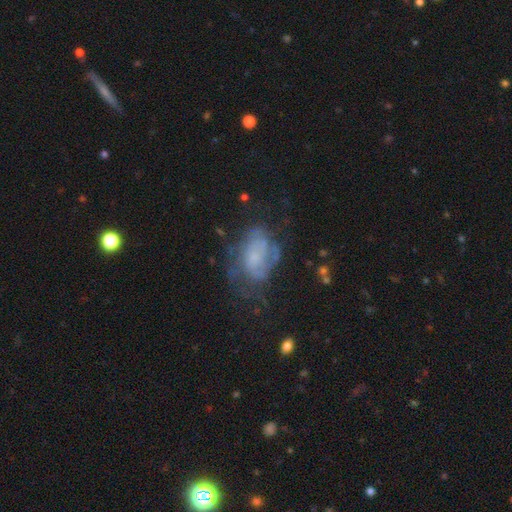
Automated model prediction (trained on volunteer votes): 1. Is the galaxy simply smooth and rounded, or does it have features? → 62% featured or disk, 27% smooth, 11% star or artifact.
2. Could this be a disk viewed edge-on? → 97% no, 3% yes.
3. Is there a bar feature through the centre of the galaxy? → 75% no, 21% weak, 4% strong.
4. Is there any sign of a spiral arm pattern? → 68% yes, 32% no.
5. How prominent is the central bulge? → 44% small, 25% none, 22% moderate, 6% large, 2% dominant.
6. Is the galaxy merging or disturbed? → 48% none, 25% major disturbance, 24% minor disturbance, 3% merger.